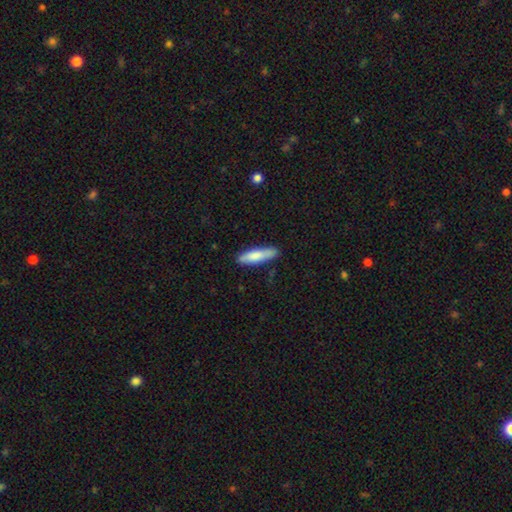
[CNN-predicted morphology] Smooth or featured? smooth (80%)
How rounded? cigar-shaped (74%)
Merging? none (85%)